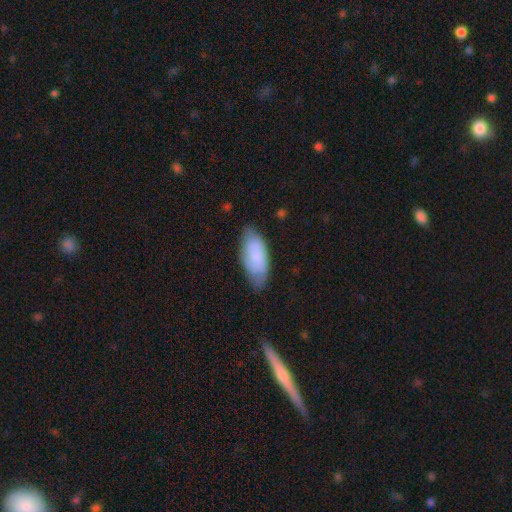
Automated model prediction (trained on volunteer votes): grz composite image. It shows a smooth galaxy with no disk features (74%) that is in between round and cigar-shaped (88%). Merging: none (68%).